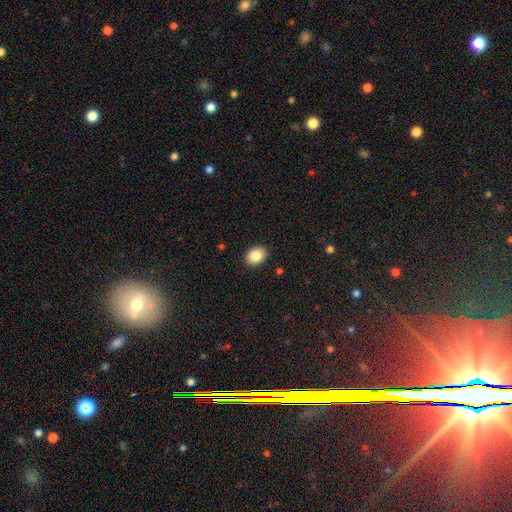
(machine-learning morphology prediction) smooth 86%, star or artifact 8%, featured or disk 6%. Down the decision tree: how rounded — in between (67%); merging — none (91%).